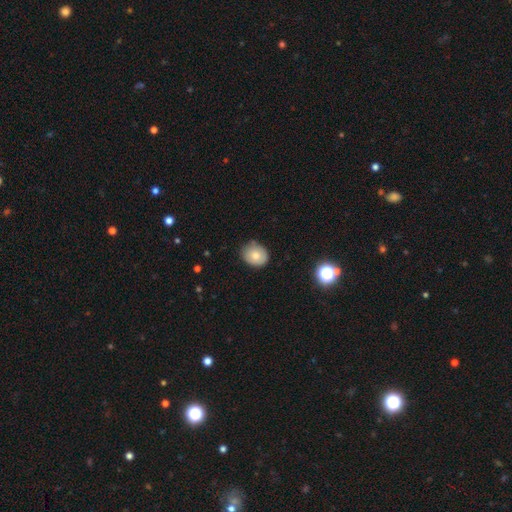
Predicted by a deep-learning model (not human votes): smooth-or-featured: smooth: 77% | featured or disk: 13% | star or artifact: 9%
  how-rounded: round: 59% | in between: 40% | cigar-shaped: 1%
  merging: none: 75% | minor disturbance: 20% | major disturbance: 3% | merger: 2%